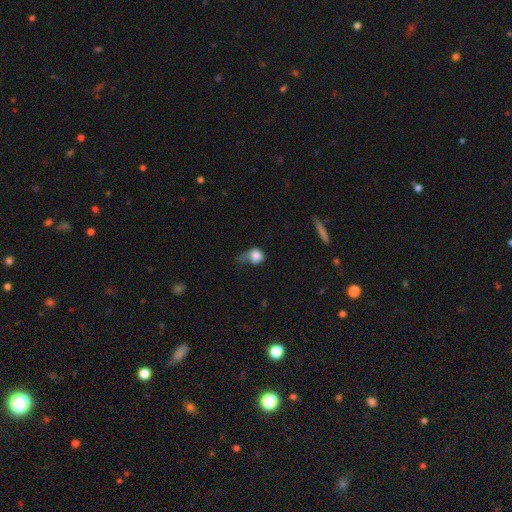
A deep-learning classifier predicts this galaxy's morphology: The model was most divided on "merging": major disturbance: 39%, minor disturbance: 34%, none: 22%, merger: 5%. More confident: smooth or featured — smooth (79%); how rounded — round (64%).